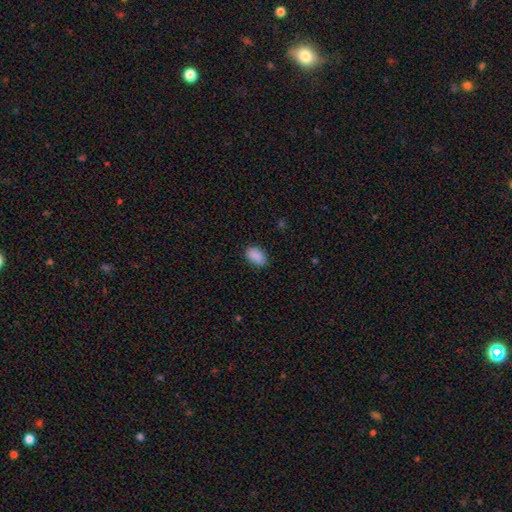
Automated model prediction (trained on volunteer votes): This appears to be a smooth galaxy with no disk features (89%) that is in between round and cigar-shaped (87%). Merging: none (82%).